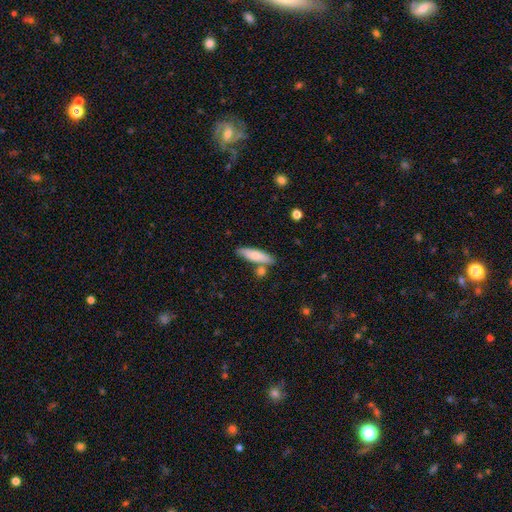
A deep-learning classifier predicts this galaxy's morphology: Overall: smooth (77%). How rounded: cigar-shaped (66%; in between 32%). Merging: none (75%).